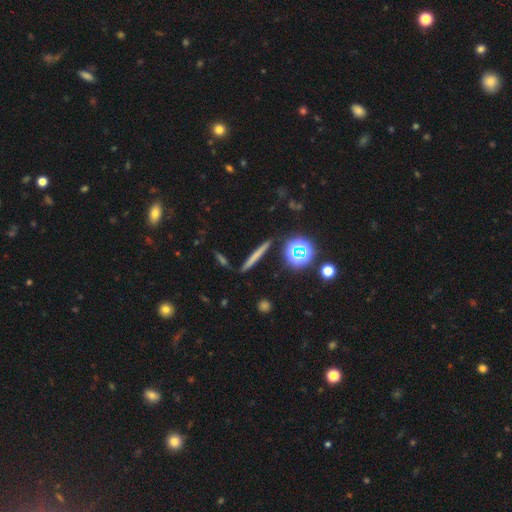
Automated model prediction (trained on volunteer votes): Smooth or featured? smooth (56%)
How rounded? cigar-shaped (90%)
Merging? none (89%)